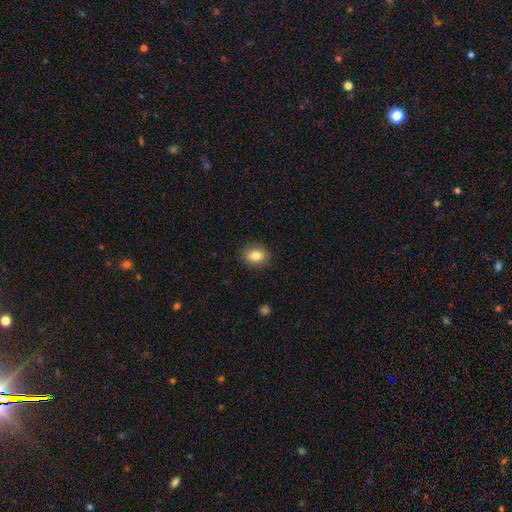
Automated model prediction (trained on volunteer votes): smooth 83%, star or artifact 9%, featured or disk 8%. Down the decision tree: how rounded — in between (51%); merging — none (86%).